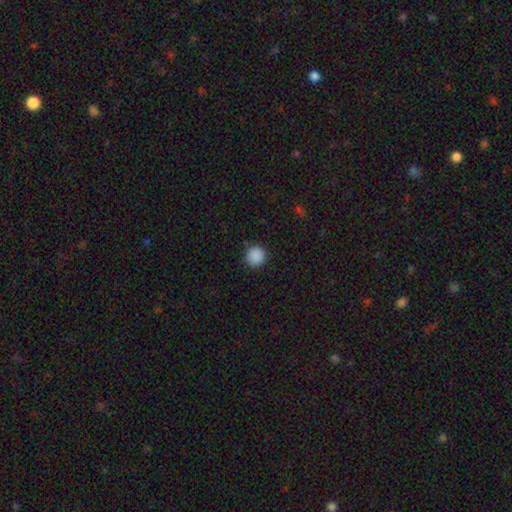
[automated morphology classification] Overall: smooth (89%). How rounded: round (93%). Merging: none (90%).